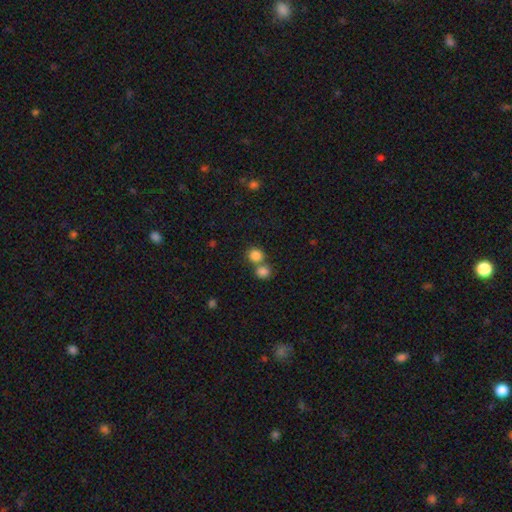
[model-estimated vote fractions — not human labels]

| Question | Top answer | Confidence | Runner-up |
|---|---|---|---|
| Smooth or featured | smooth | 83% | star or artifact (11%) |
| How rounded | round | 82% | in between (17%) |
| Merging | none | 50% | merger (40%) |